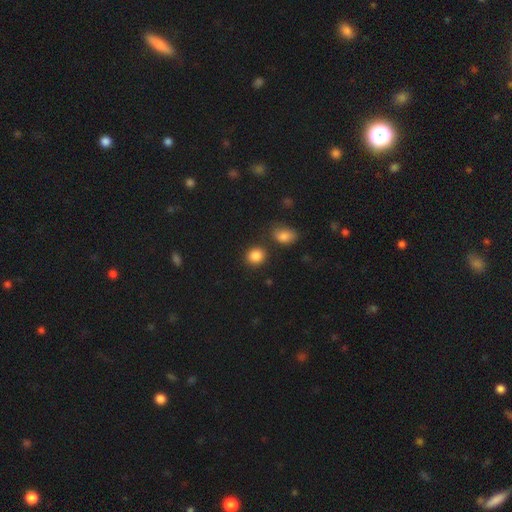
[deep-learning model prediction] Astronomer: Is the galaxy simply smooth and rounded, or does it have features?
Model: smooth — 87%.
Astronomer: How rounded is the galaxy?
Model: round — 73%.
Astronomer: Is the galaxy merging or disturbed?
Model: none — 80%.